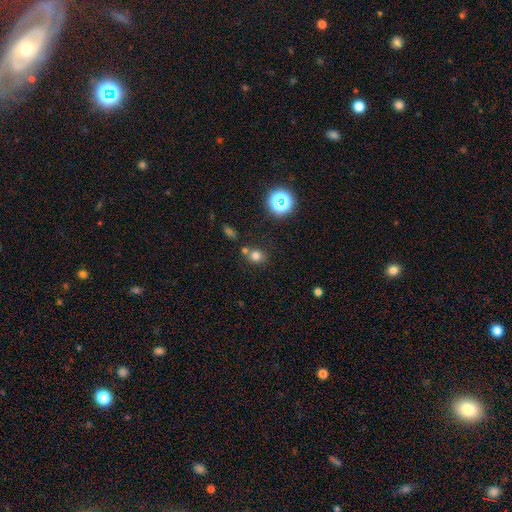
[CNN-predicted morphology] Q: Smooth or featured?
A: smooth (72%); runner-up: star or artifact (20%)
Q: How rounded?
A: round (78%); runner-up: in between (21%)
Q: Merging?
A: none (64%); runner-up: merger (20%)